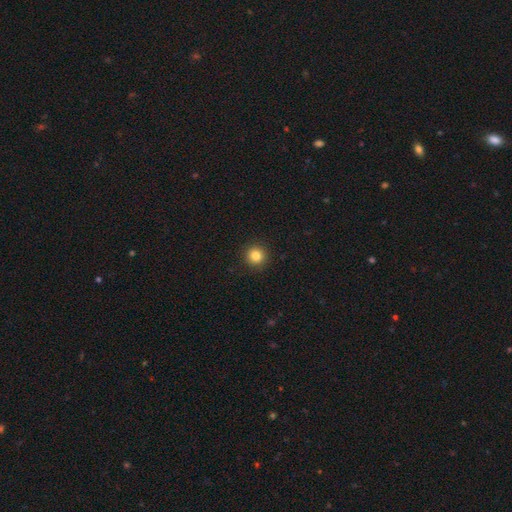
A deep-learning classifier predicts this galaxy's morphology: A smooth galaxy with no disk features (84%) that is round (94%).

Vote fractions:
- Smooth or featured? smooth: 84% / star or artifact: 11% / featured or disk: 5%
- How rounded? round: 94% / in between: 5% / cigar-shaped: 1%
- Merging? none: 93% / minor disturbance: 5% / major disturbance: 2% / merger: 1%